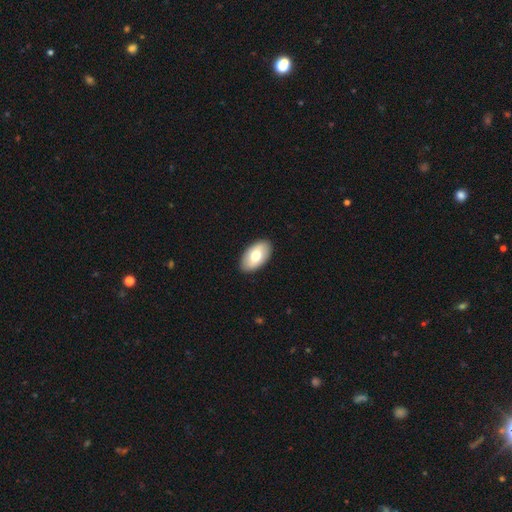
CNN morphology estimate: smooth 72%, featured or disk 23%, star or artifact 5%. Down the decision tree: how rounded — in between (95%); merging — none (90%).